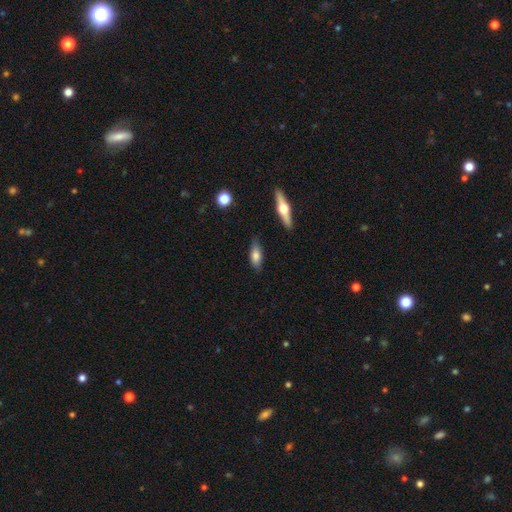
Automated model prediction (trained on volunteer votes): Smooth or featured? Predicted: smooth (p=0.69). How rounded? Predicted: in between (p=0.65). Merging? Predicted: none (p=0.81).